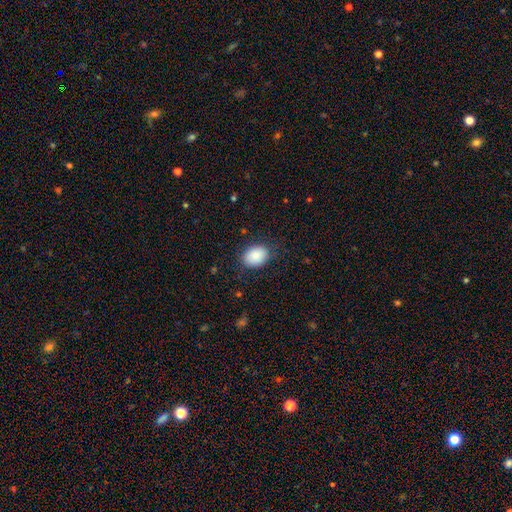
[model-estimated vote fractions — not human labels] This is clearly a smooth galaxy (88%). How rounded: likely in between (72%). Merging: clearly none (81%).